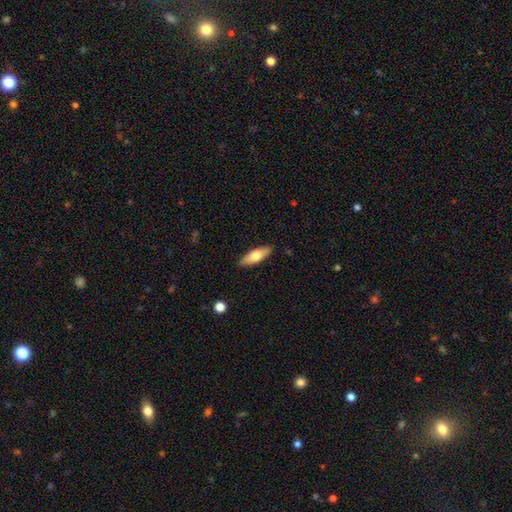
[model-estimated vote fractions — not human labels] Smooth or featured: smooth — 65% (featured or disk — 29%)
How rounded: in between — 61% (cigar-shaped — 37%)
Merging: none — 88% (minor disturbance — 9%)